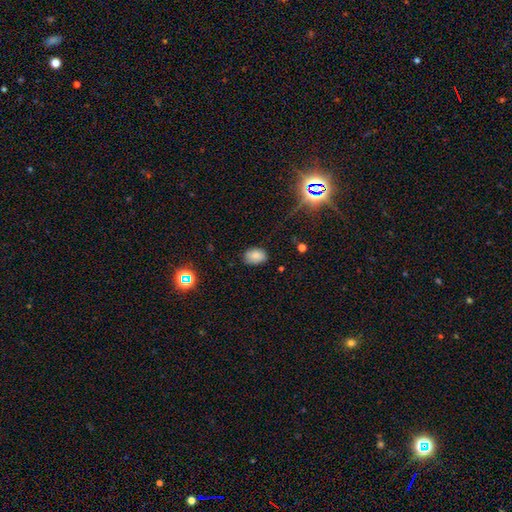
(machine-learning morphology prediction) Smooth or featured? Predicted: smooth (p=0.79). How rounded? Predicted: in between (p=0.76). Merging? Predicted: none (p=0.77).